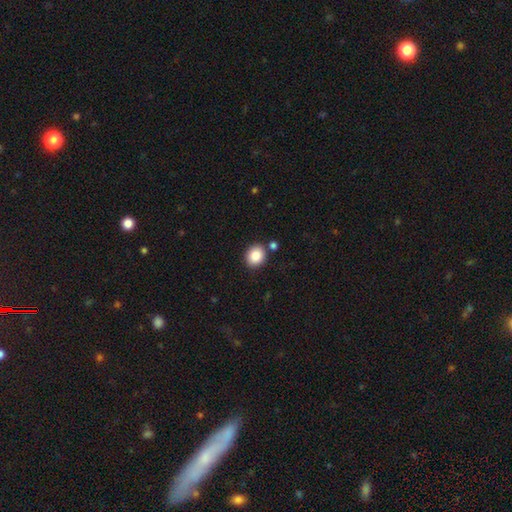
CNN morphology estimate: Q: Smooth or featured?
A: smooth (87%); runner-up: star or artifact (8%)
Q: How rounded?
A: round (67%); runner-up: in between (32%)
Q: Merging?
A: none (82%); runner-up: minor disturbance (8%)